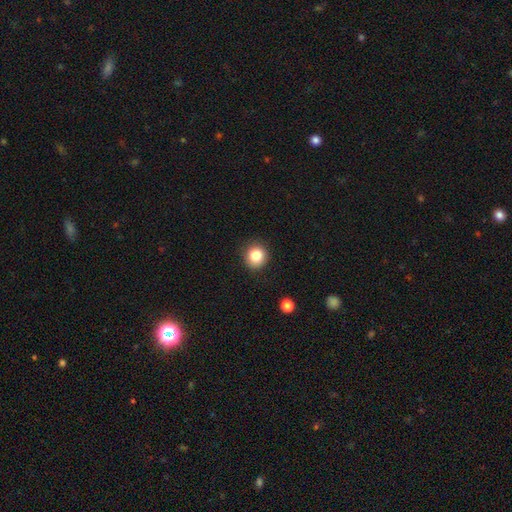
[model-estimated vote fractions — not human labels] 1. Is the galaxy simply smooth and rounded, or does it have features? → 83% smooth, 11% star or artifact, 6% featured or disk.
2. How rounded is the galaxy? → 90% round, 10% in between, 1% cigar-shaped.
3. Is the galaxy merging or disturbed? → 90% none, 7% minor disturbance, 2% major disturbance, 1% merger.